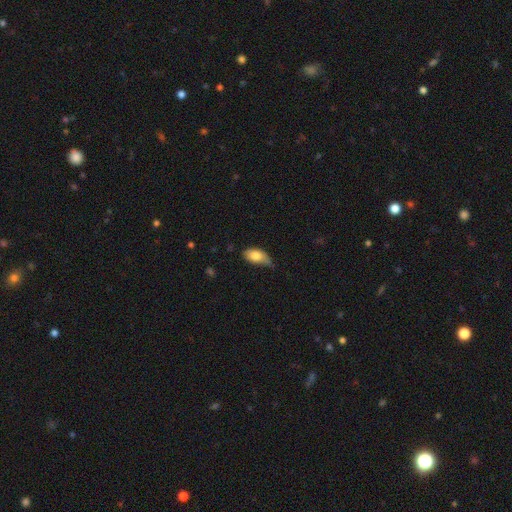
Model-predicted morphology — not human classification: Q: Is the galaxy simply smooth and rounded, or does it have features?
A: smooth — 78%.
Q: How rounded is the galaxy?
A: in between — 90%.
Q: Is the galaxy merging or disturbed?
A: minor disturbance — 46%.